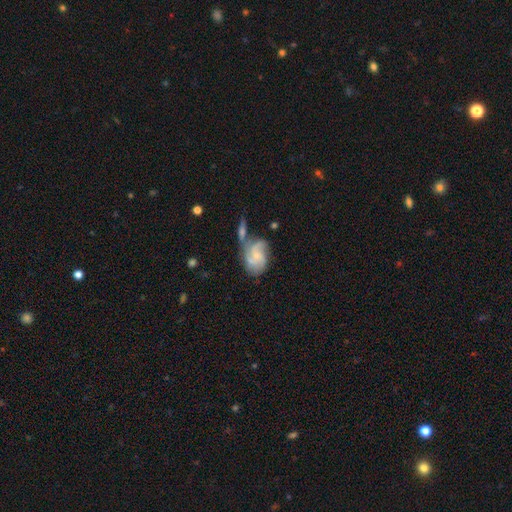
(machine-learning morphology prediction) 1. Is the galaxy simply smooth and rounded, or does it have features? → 71% featured or disk, 22% smooth, 7% star or artifact.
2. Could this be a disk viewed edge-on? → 97% no, 3% yes.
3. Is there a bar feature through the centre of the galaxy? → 66% no, 30% weak, 4% strong.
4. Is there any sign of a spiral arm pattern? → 92% yes, 8% no.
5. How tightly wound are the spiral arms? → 47% medium, 30% tight, 23% loose.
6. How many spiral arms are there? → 37% 3, 27% 2, 19% can't tell, 8% 4, 5% 1, 4% more than 4.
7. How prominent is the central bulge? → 62% small, 19% moderate, 16% none, 2% large, 1% dominant.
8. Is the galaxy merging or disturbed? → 35% none, 30% merger, 20% minor disturbance, 15% major disturbance.